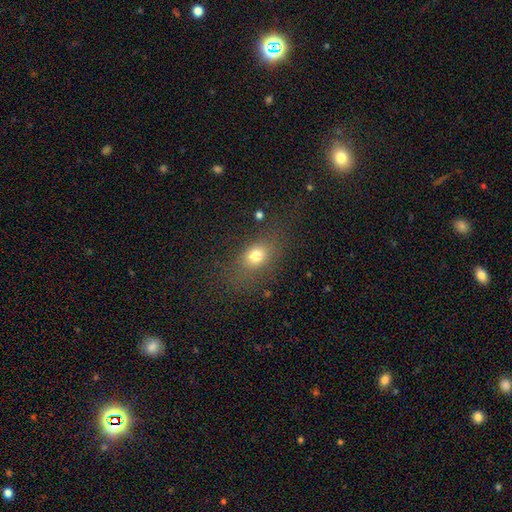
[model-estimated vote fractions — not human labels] The model was most divided on "how rounded": in between: 60%, round: 37%, cigar-shaped: 3%. More confident: smooth or featured — smooth (76%); merging — none (70%).